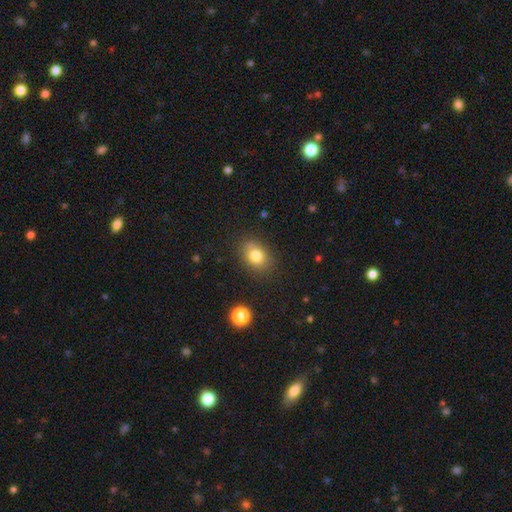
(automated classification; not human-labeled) The model was most divided on "how rounded": in between: 65%, round: 34%, cigar-shaped: 1%. More confident: merging — none (81%); smooth or featured — smooth (80%).